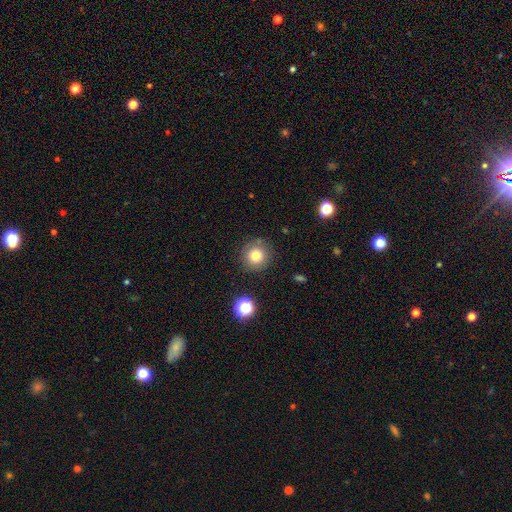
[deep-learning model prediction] Overall: smooth (79%). How rounded: round (94%). Merging: none (85%).